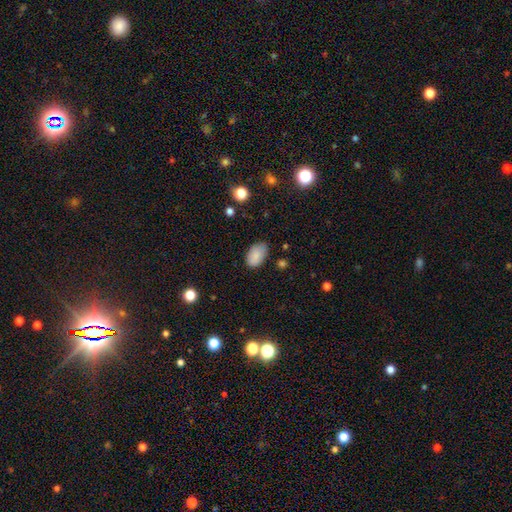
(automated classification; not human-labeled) smooth_or_featured: smooth (p=0.87) [alt: star or artifact p=0.07]
how_rounded: in between (p=0.93) [alt: round p=0.06]
merging: none (p=0.78) [alt: minor disturbance p=0.17]